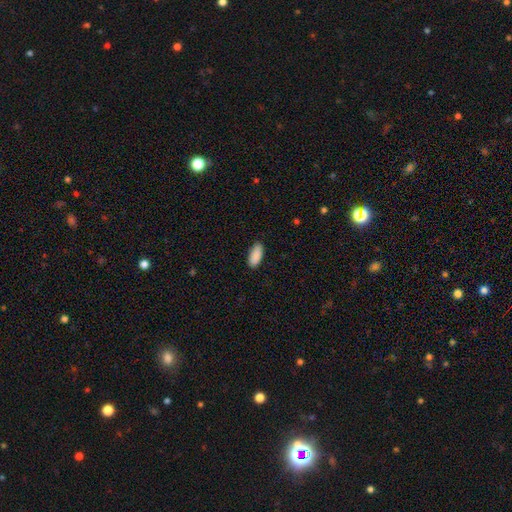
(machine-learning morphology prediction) smooth-or-featured: smooth: 91% | star or artifact: 6% | featured or disk: 3%
  how-rounded: in between: 85% | cigar-shaped: 14% | round: 2%
  merging: none: 87% | minor disturbance: 10% | major disturbance: 2% | merger: 1%